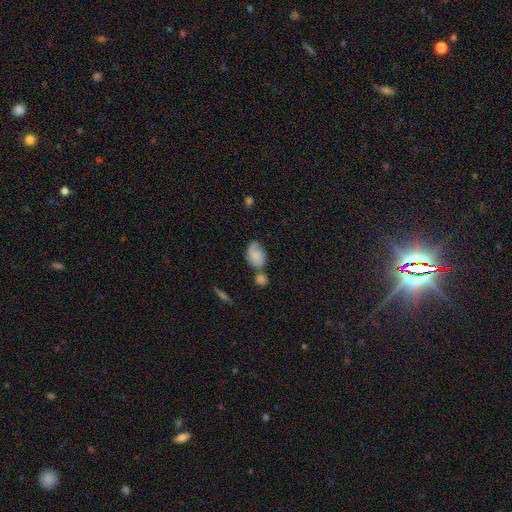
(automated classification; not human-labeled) Smooth or featured? smooth (66%)
How rounded? in between (80%)
Merging? none (36%)